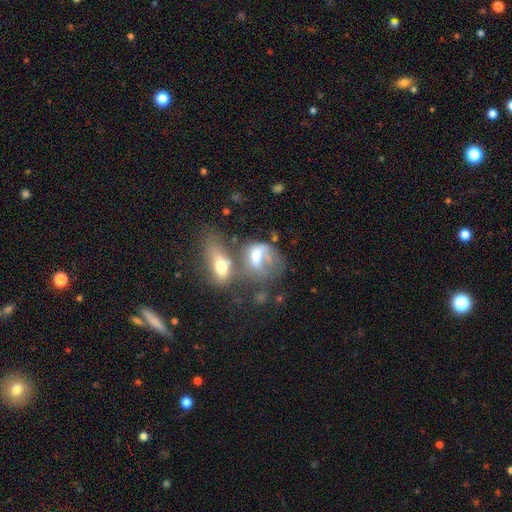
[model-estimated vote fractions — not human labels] Q: Smooth or featured?
A: smooth (47%); runner-up: featured or disk (41%)
Q: Merging?
A: merger (51%); runner-up: major disturbance (22%)